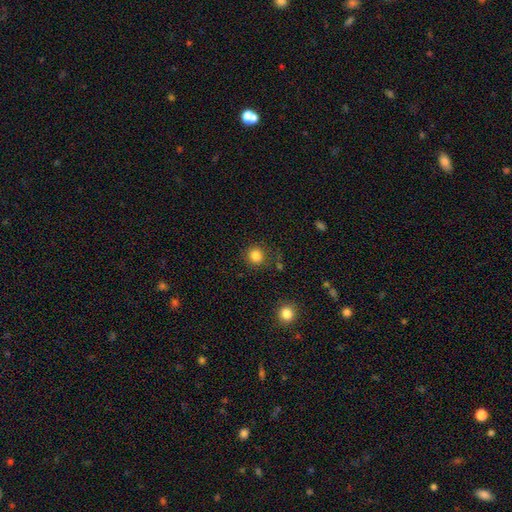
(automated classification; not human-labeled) A smooth galaxy with no disk features (84%) that is round (91%). Merging: none (85%).